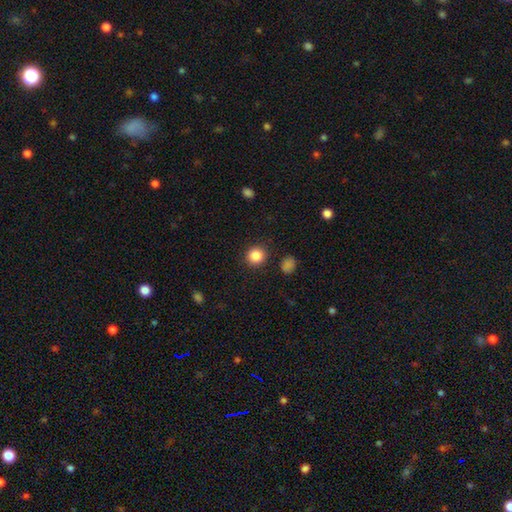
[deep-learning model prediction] smooth_or_featured: smooth (p=0.86) [alt: star or artifact p=0.10]
how_rounded: round (p=0.92) [alt: in between p=0.08]
merging: none (p=0.90) [alt: minor disturbance p=0.06]